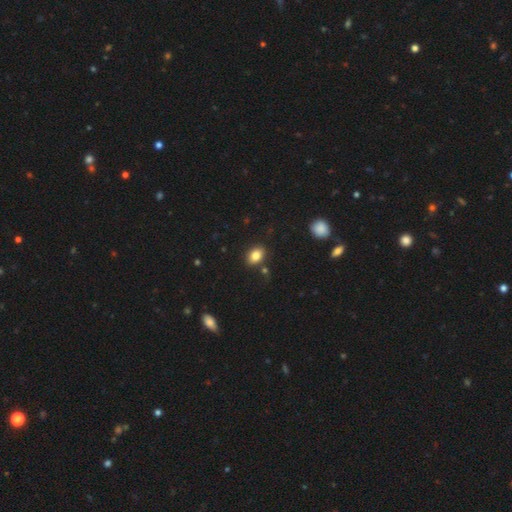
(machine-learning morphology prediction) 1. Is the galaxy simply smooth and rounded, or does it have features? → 83% smooth, 10% star or artifact, 7% featured or disk.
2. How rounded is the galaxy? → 76% in between, 23% round, 1% cigar-shaped.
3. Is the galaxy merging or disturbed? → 83% none, 10% minor disturbance, 4% merger, 2% major disturbance.